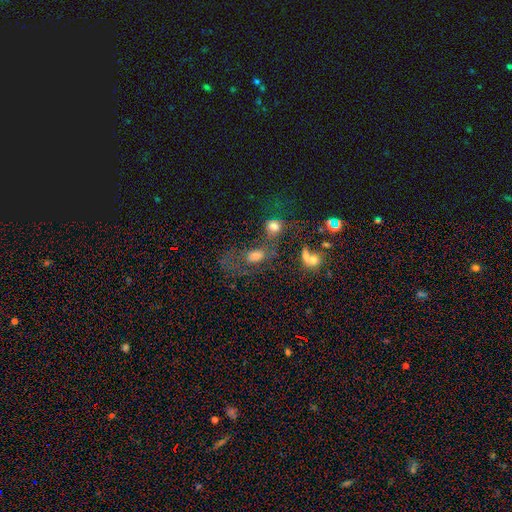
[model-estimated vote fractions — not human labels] Smooth or featured? smooth (61%)
How rounded? in between (71%)
Merging? merger (37%)